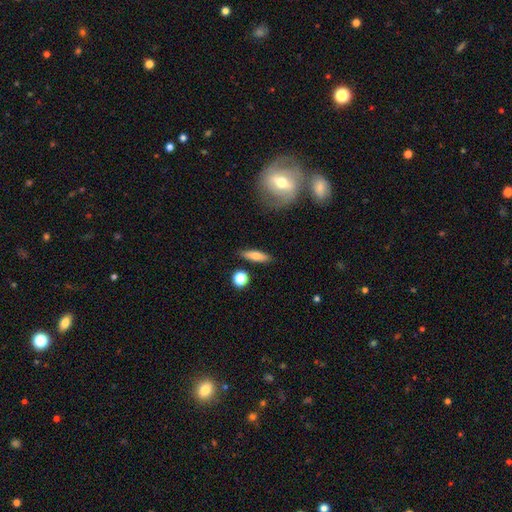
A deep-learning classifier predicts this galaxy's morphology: Smooth or featured? Predicted: smooth (p=0.72). How rounded? Predicted: cigar-shaped (p=0.58). Merging? Predicted: none (p=0.84).